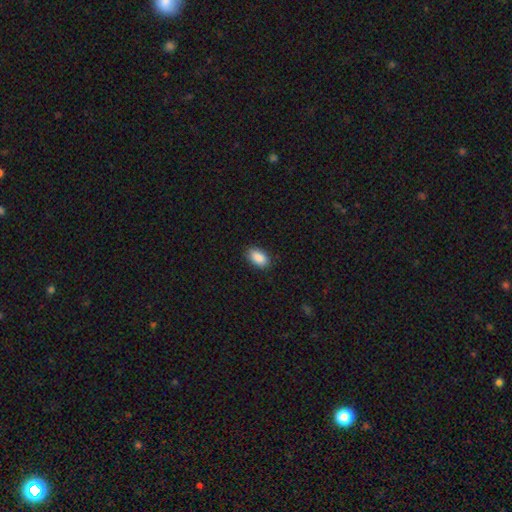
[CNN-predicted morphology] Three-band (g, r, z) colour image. It shows a smooth galaxy with no disk features (90%) that is in between round and cigar-shaped (93%). Merging: none (88%).